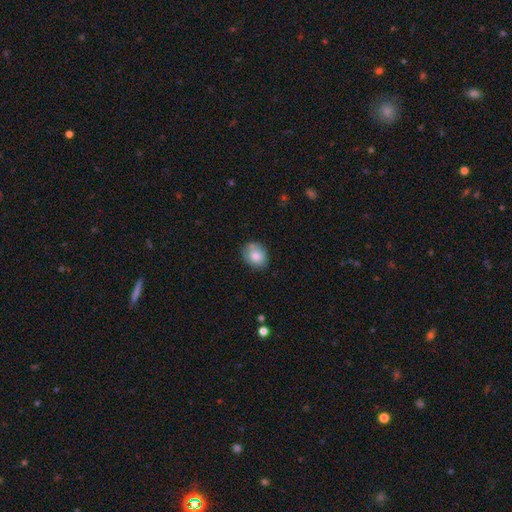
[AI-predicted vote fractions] Q: Smooth or featured?
A: smooth (80%); runner-up: featured or disk (12%)
Q: How rounded?
A: in between (52%); runner-up: round (47%)
Q: Merging?
A: none (72%); runner-up: minor disturbance (21%)